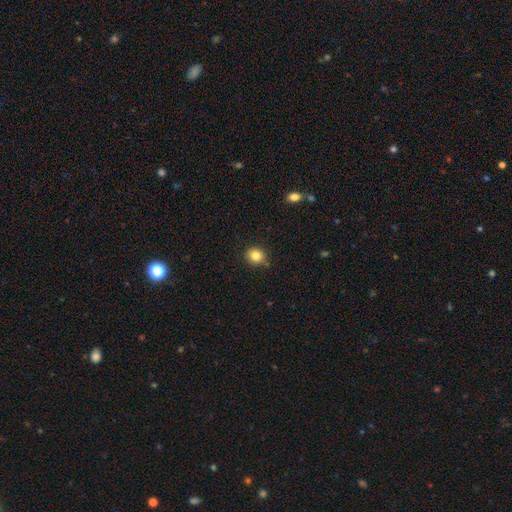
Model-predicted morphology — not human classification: A smooth galaxy with no disk features (84%) that is round (80%). Merging: none (85%).